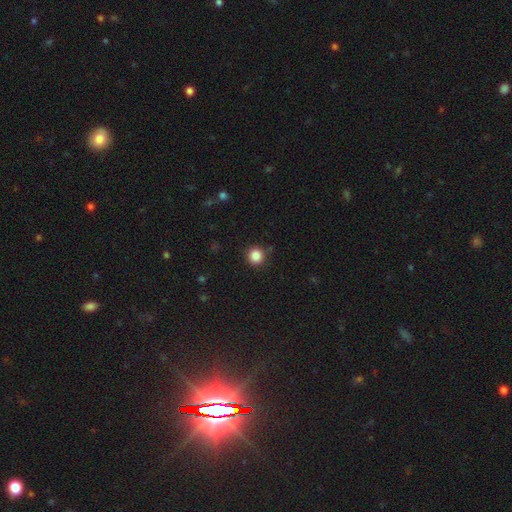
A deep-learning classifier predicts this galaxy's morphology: Smooth or featured?
  - smooth: 86% *
  - star or artifact: 11%
  - featured or disk: 3%
How rounded?
  - round: 91% *
  - in between: 8%
  - cigar-shaped: 1%
Merging?
  - none: 86% *
  - minor disturbance: 10%
  - major disturbance: 3%
  - merger: 2%